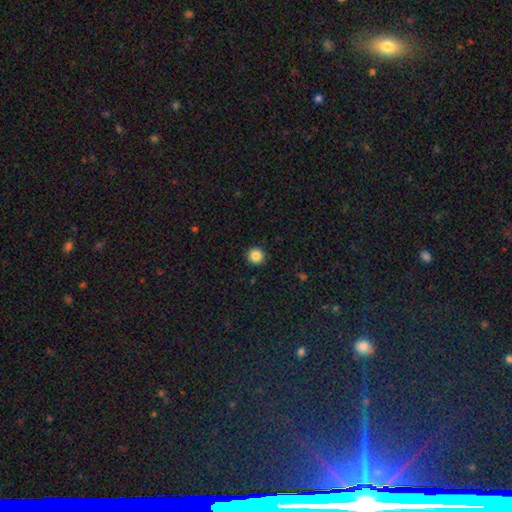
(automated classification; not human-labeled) smooth-or-featured: smooth: 86% | star or artifact: 10% | featured or disk: 4%
  how-rounded: round: 94% | in between: 5% | cigar-shaped: 1%
  merging: none: 93% | minor disturbance: 5% | major disturbance: 2% | merger: 1%